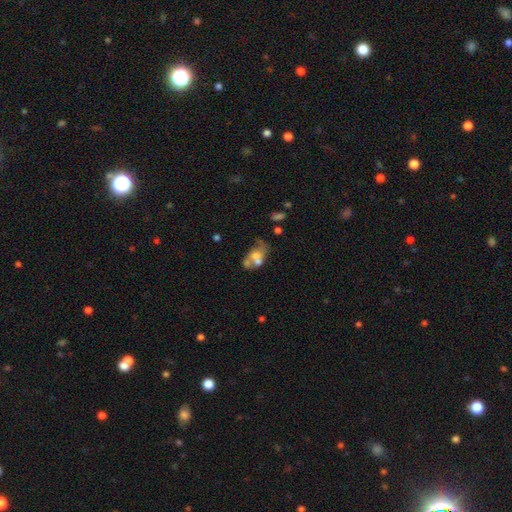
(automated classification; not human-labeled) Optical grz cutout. It shows a featured or disk galaxy (47%). Merging: merger (49%).